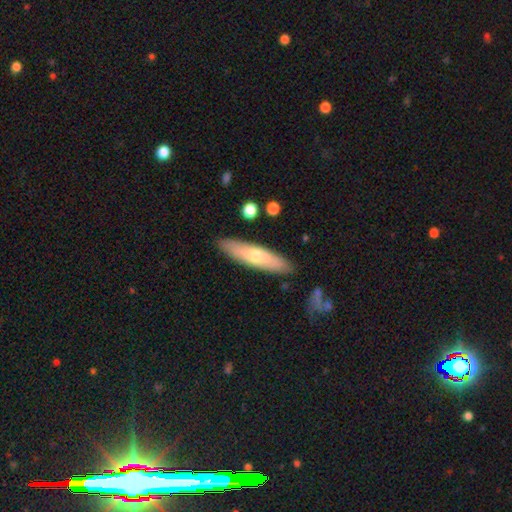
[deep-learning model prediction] Q: Smooth or featured?
A: smooth (57%); runner-up: featured or disk (38%)
Q: How rounded?
A: cigar-shaped (73%); runner-up: in between (25%)
Q: Merging?
A: none (87%); runner-up: minor disturbance (9%)